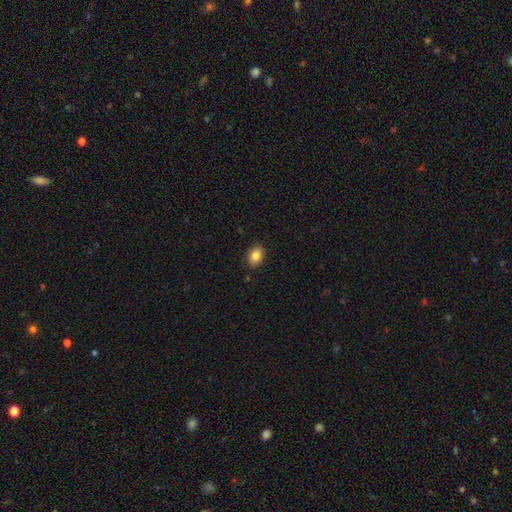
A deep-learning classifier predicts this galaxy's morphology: type=smooth (85%); roundness=in between (79%); merging=none (88%).